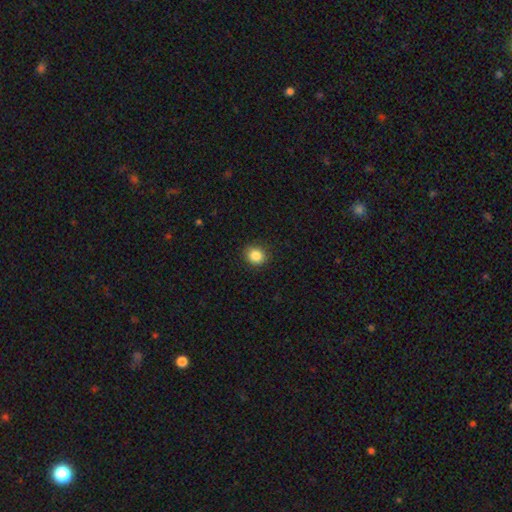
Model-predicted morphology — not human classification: A smooth galaxy with no disk features (86%) that is round (80%).

Vote fractions:
- Smooth or featured? smooth: 86% / star or artifact: 10% / featured or disk: 4%
- How rounded? round: 80% / in between: 19% / cigar-shaped: 1%
- Merging? none: 89% / minor disturbance: 7% / major disturbance: 2% / merger: 1%